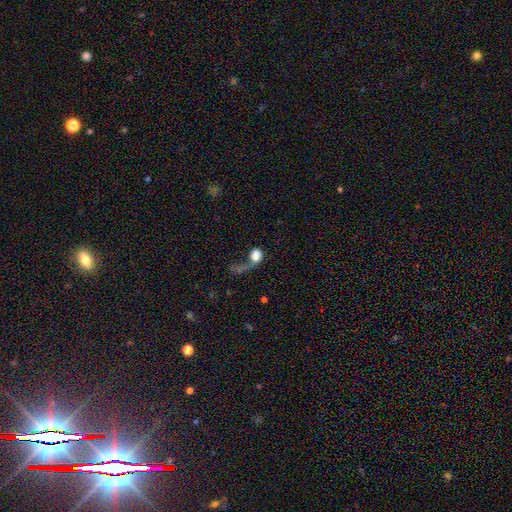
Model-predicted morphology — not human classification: This appears to be a smooth galaxy with no disk features (67%) that is in between round and cigar-shaped (59%). Merging: major disturbance (51%).